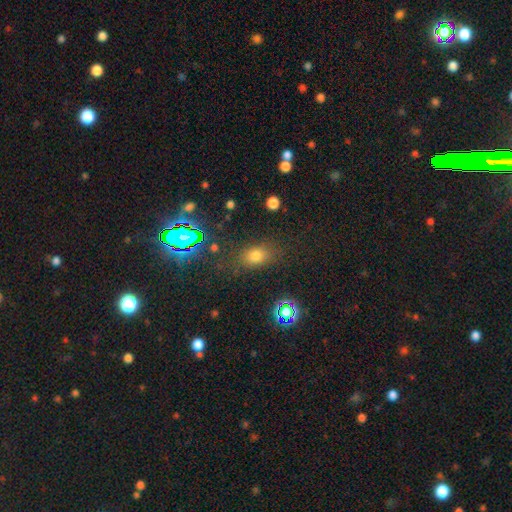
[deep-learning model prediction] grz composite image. It shows a smooth galaxy with no disk features (64%) that is in between round and cigar-shaped (66%). Merging: none (80%).